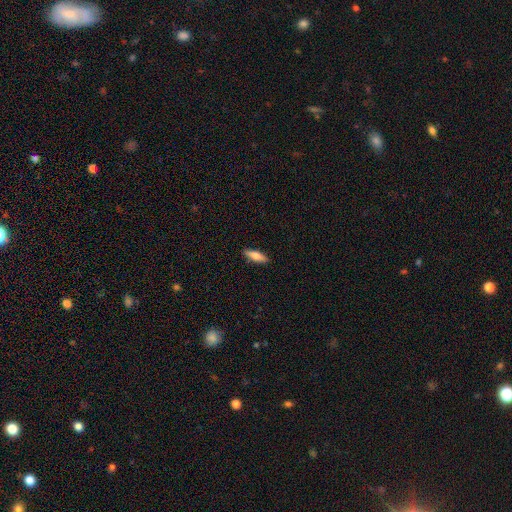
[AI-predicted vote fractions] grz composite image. It shows a smooth galaxy with no disk features (69%) that is cigar-shaped (57%). Merging: none (87%).